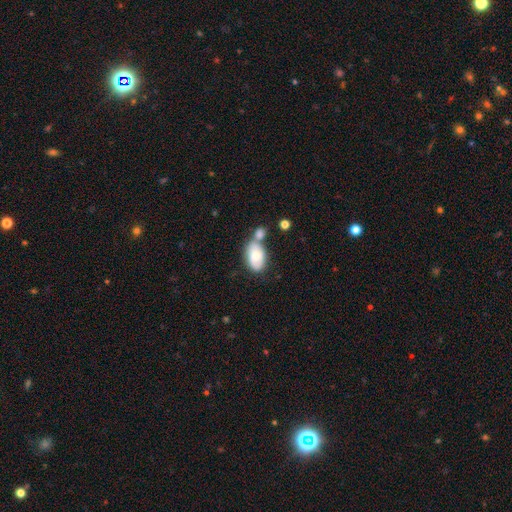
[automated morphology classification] A smooth galaxy with no disk features (73%) that is in between round and cigar-shaped (93%). Merging: merger (42%).